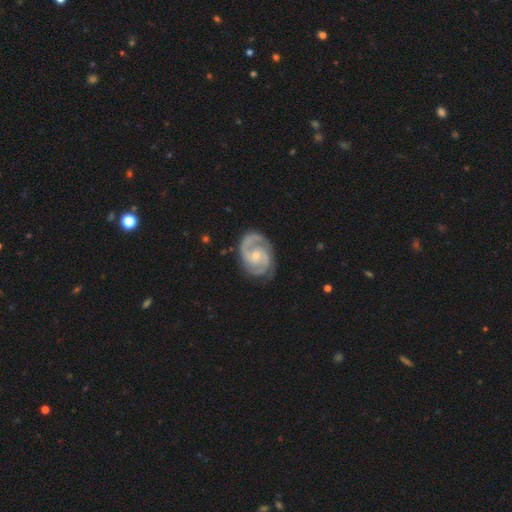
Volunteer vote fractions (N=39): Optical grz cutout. It shows a featured or disk galaxy (87%) with no bar (62%), 2 (100%) tight (58%) spiral arms (97%) and a small central bulge (62%). Merging: none (72%).